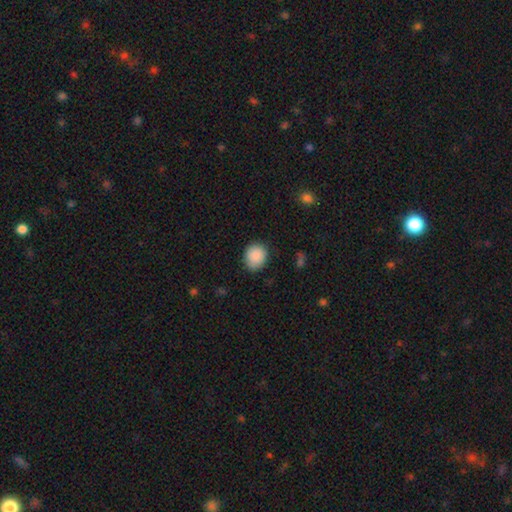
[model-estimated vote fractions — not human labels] Smooth or featured?
  - smooth: 89% *
  - star or artifact: 8%
  - featured or disk: 4%
How rounded?
  - round: 71% *
  - in between: 29%
  - cigar-shaped: 1%
Merging?
  - none: 82% *
  - minor disturbance: 14%
  - major disturbance: 3%
  - merger: 1%